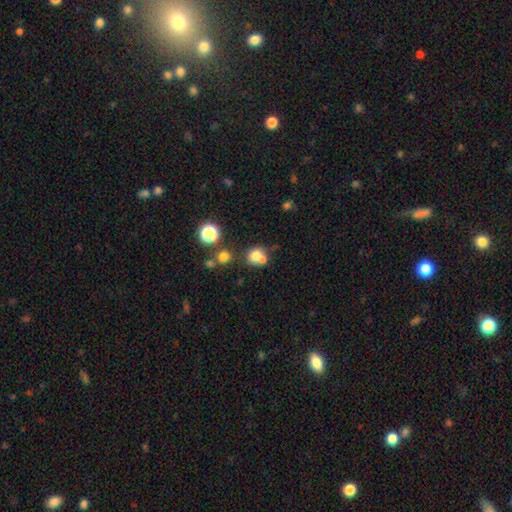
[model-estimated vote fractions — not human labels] Smooth or featured?
  - smooth: 72% *
  - star or artifact: 15%
  - featured or disk: 14%
How rounded?
  - round: 74% *
  - in between: 25%
  - cigar-shaped: 1%
Merging?
  - merger: 44% *
  - none: 43%
  - minor disturbance: 9%
  - major disturbance: 4%